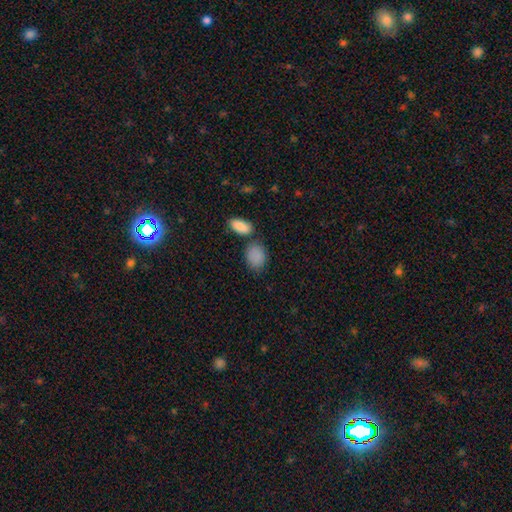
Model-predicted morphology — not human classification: This appears to be a smooth galaxy with no disk features (88%) that is in between round and cigar-shaped (80%). Merging: none (65%).